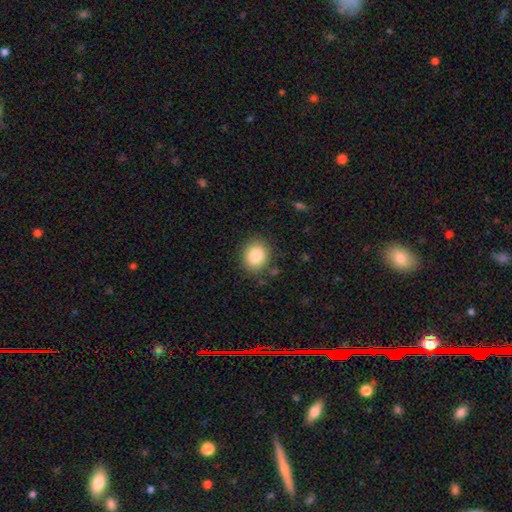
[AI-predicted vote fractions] A smooth galaxy with no disk features (85%) that is round (70%).

Vote fractions:
- Smooth or featured? smooth: 85% / star or artifact: 9% / featured or disk: 6%
- How rounded? round: 70% / in between: 29% / cigar-shaped: 1%
- Merging? none: 85% / minor disturbance: 10% / major disturbance: 3% / merger: 2%